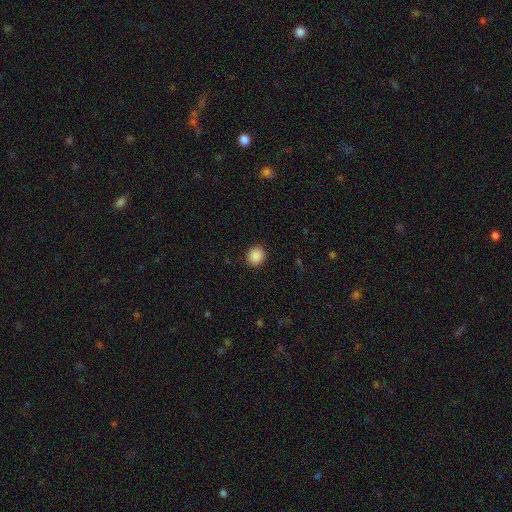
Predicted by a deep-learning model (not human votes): Smooth or featured? smooth (88%)
How rounded? round (83%)
Merging? none (90%)